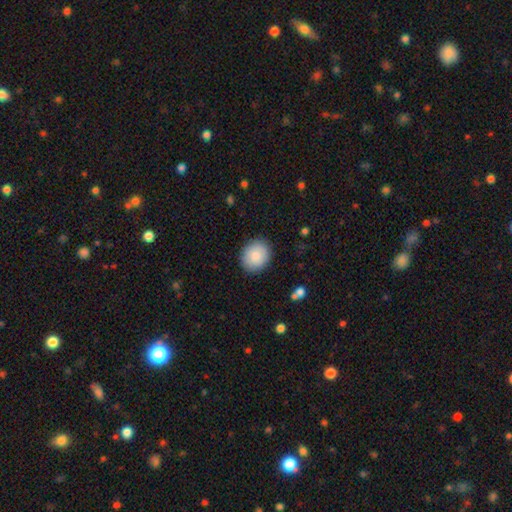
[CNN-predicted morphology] Q: Smooth or featured?
A: smooth (86%); runner-up: featured or disk (8%)
Q: How rounded?
A: round (67%); runner-up: in between (32%)
Q: Merging?
A: none (88%); runner-up: minor disturbance (8%)